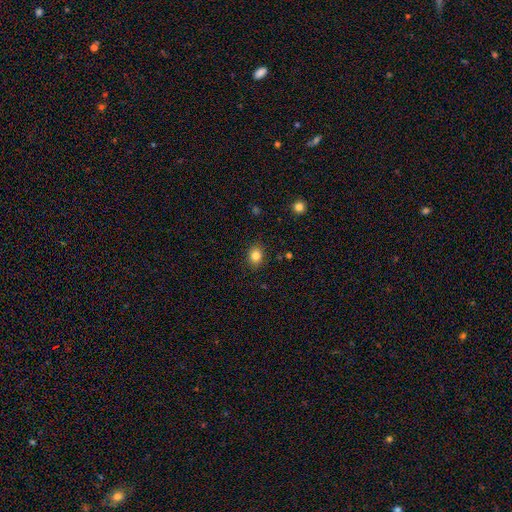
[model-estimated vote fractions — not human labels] smooth 83%, star or artifact 11%, featured or disk 6%. Down the decision tree: how rounded — round (56%); merging — none (89%).